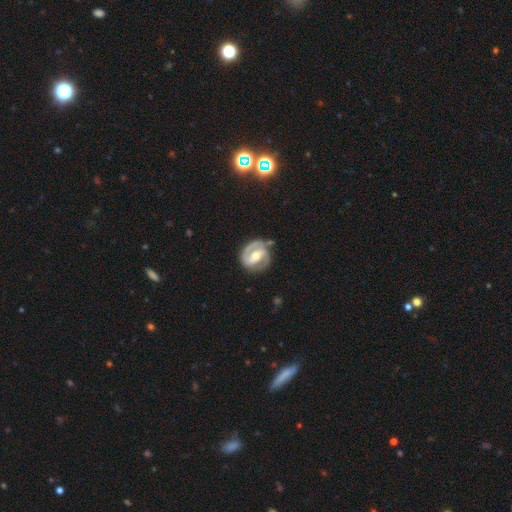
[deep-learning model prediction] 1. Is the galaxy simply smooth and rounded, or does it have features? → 82% featured or disk, 14% smooth, 5% star or artifact.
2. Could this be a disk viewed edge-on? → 97% no, 3% yes.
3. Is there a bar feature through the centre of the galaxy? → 48% strong, 36% weak, 15% no.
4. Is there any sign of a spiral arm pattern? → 87% yes, 13% no.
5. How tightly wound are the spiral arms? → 47% tight, 41% medium, 12% loose.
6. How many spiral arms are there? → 78% 2, 10% 1, 7% can't tell, 2% 3, 1% 4, 1% more than 4.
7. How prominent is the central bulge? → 68% moderate, 26% small, 5% large, 1% none, 1% dominant.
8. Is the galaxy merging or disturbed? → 71% none, 18% minor disturbance, 7% major disturbance, 4% merger.